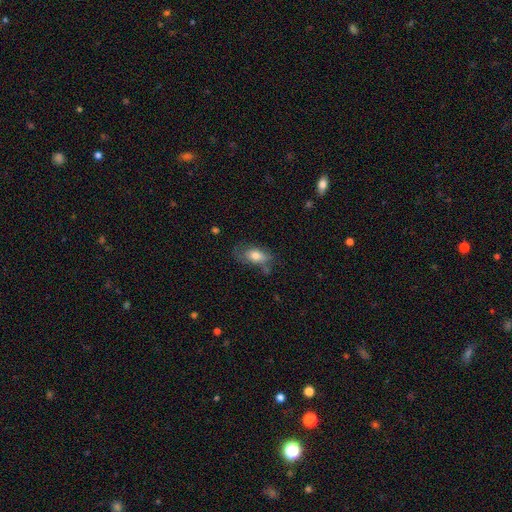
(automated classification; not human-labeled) This appears to be a smooth galaxy with no disk features (73%) that is in between round and cigar-shaped (86%). Merging: none (48%).